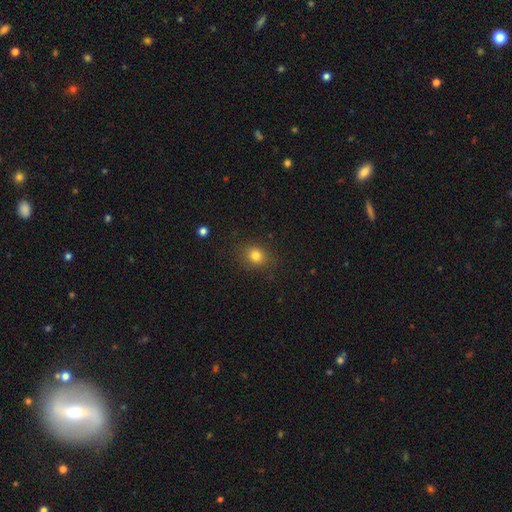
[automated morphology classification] Smooth or featured: smooth — 81% (star or artifact — 12%)
How rounded: round — 64% (in between — 35%)
Merging: none — 84% (minor disturbance — 11%)